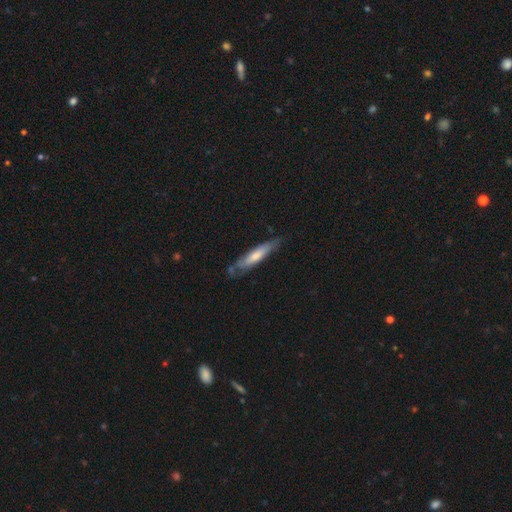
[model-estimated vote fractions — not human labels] Morphology: type=smooth (58%); roundness=cigar-shaped (80%); merging=none (64%).